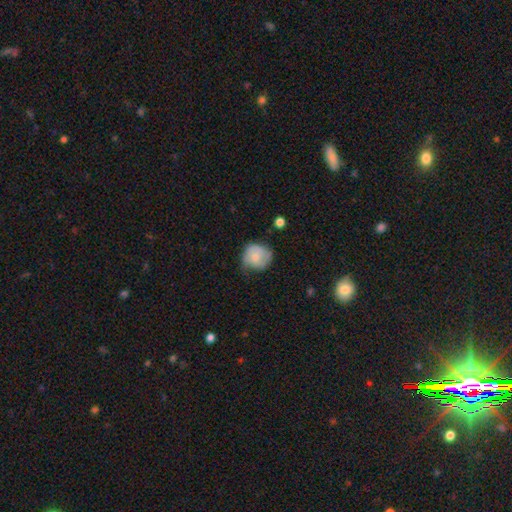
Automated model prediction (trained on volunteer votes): Smooth or featured? Predicted: smooth (p=0.63). How rounded? Predicted: round (p=0.81). Merging? Predicted: none (p=0.50).